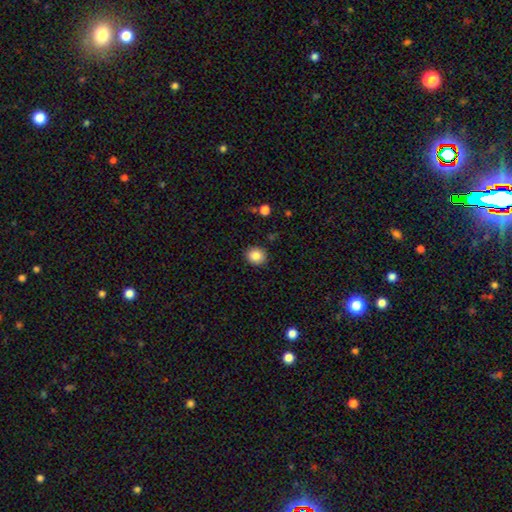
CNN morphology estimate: Smooth or featured? Predicted: smooth (p=0.85). How rounded? Predicted: round (p=0.77). Merging? Predicted: none (p=0.89).